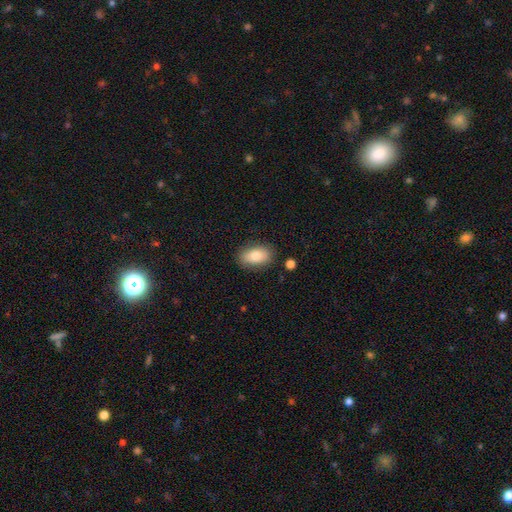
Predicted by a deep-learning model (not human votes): Smooth or featured: smooth — 81% (featured or disk — 12%)
How rounded: in between — 91% (round — 7%)
Merging: none — 85% (minor disturbance — 11%)